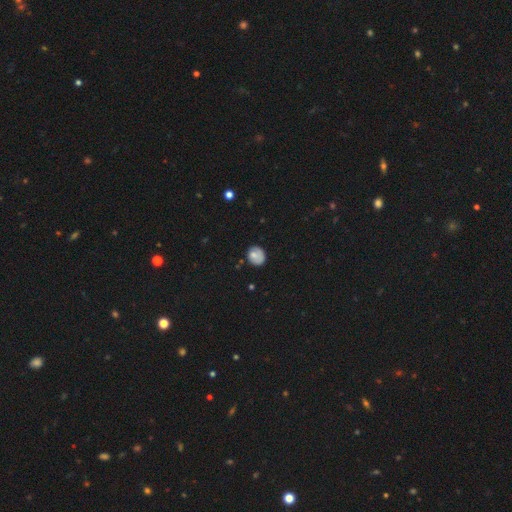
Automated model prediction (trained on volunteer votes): smooth-or-featured: smooth: 73% | featured or disk: 18% | star or artifact: 9%
  how-rounded: round: 66% | in between: 33% | cigar-shaped: 1%
  merging: none: 71% | minor disturbance: 22% | major disturbance: 5% | merger: 2%